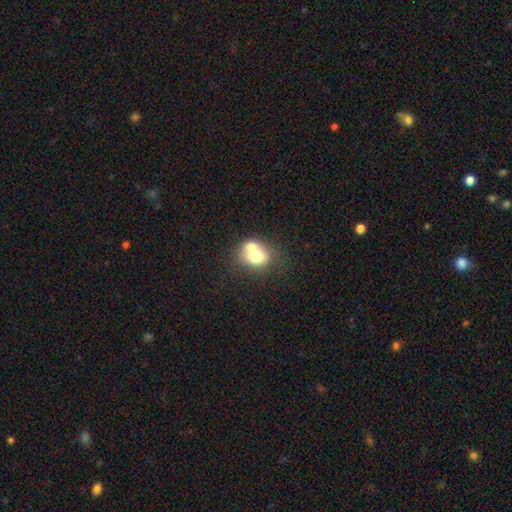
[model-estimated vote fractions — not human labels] Overall: smooth (67%). How rounded: round (58%; in between 41%). Merging: merger (55%; none 30%).